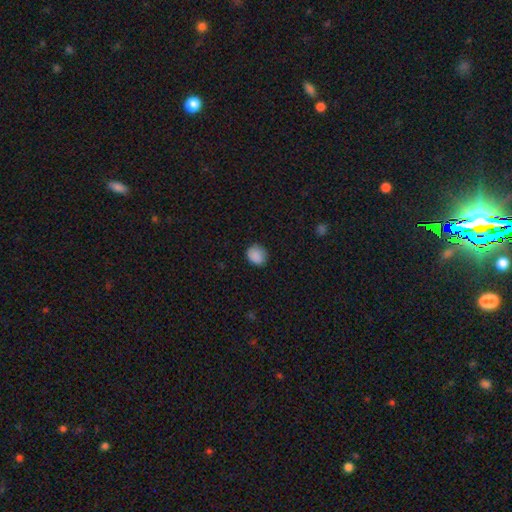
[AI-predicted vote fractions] This appears to be a smooth galaxy with no disk features (88%) that is round (62%). Merging: none (82%).